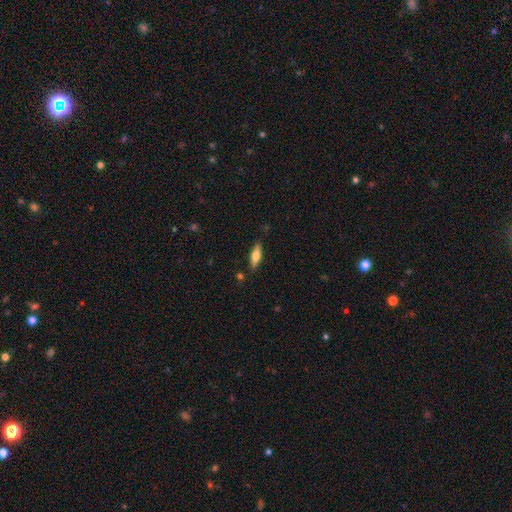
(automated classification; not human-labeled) Morphology: type=smooth (58%); roundness=cigar-shaped (49%, tied with in between); merging=none (84%).